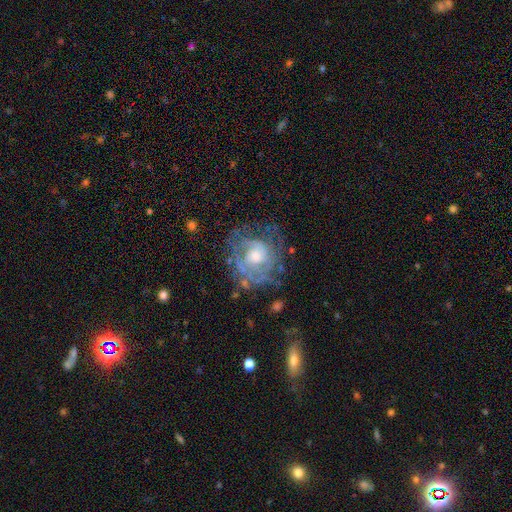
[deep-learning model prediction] Smooth or featured? featured or disk (76%)
Edge-on disk? no (97%)
Bar? no (74%)
Spiral arms? yes (76%)
Spiral winding? tight (61%)
Spiral arm count? can't tell (52%)
Bulge size? moderate (60%)
Merging? none (63%)